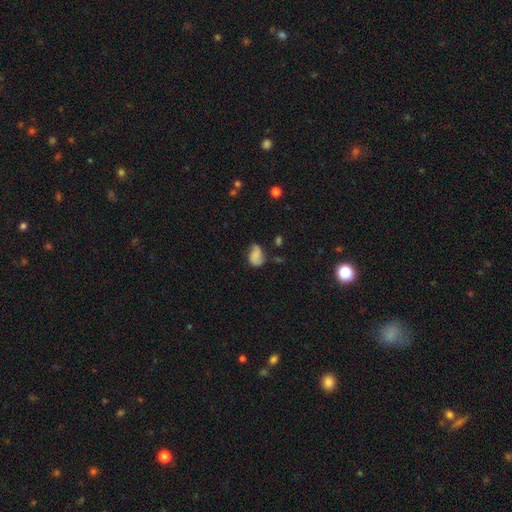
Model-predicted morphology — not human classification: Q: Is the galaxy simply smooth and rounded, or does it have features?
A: smooth — 57%.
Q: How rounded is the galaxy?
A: in between — 74%.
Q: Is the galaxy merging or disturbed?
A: none — 49%.